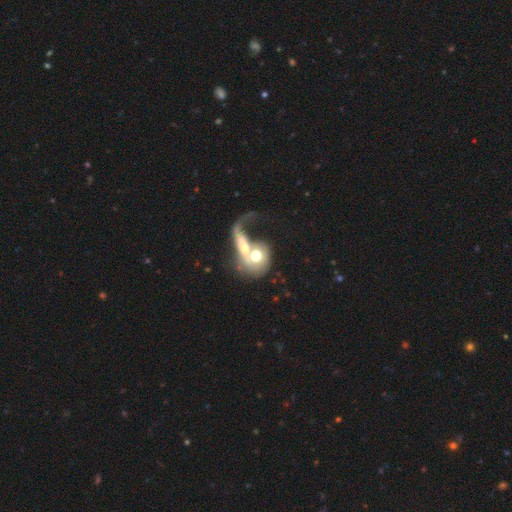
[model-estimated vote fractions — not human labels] Smooth or featured? featured or disk (47%)
Merging? merger (64%)